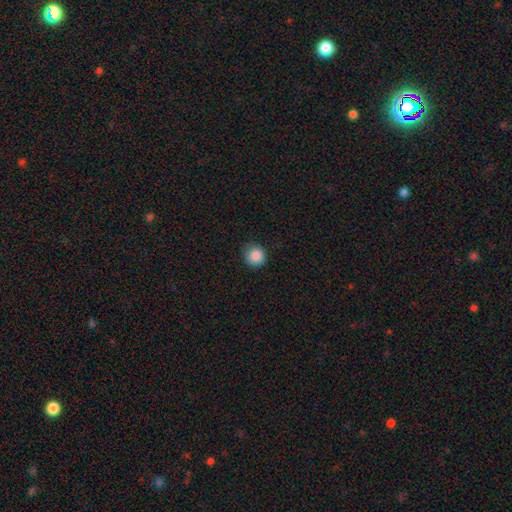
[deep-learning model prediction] smooth-or-featured: smooth: 87% | star or artifact: 10% | featured or disk: 3%
  how-rounded: round: 91% | in between: 8% | cigar-shaped: 1%
  merging: none: 82% | minor disturbance: 14% | major disturbance: 3% | merger: 1%